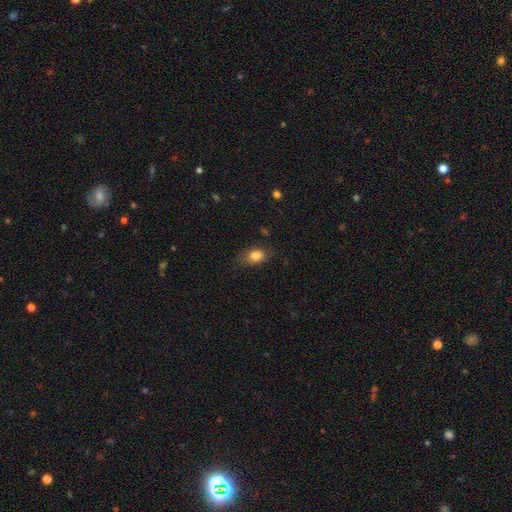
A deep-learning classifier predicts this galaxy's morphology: A smooth galaxy with no disk features (83%) that is in between round and cigar-shaped (77%). Merging: none (70%).